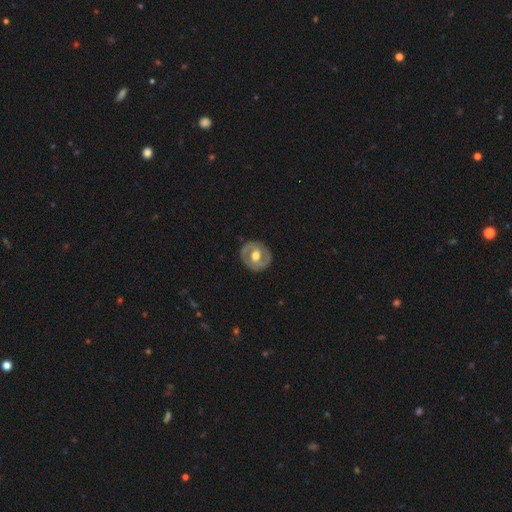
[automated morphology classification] Smooth or featured? featured or disk (63%)
Edge-on disk? no (96%)
Bar? no (47%)
Spiral arms? no (59%)
Bulge size? moderate (72%)
Merging? none (85%)